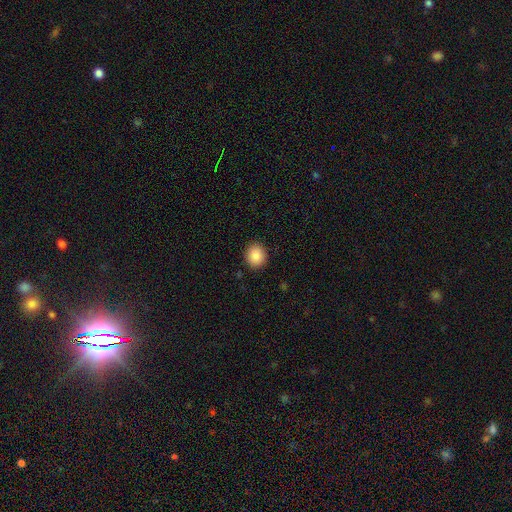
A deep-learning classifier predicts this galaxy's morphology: This is clearly a smooth galaxy (88%). How rounded: likely round (75%). Merging: clearly none (91%).